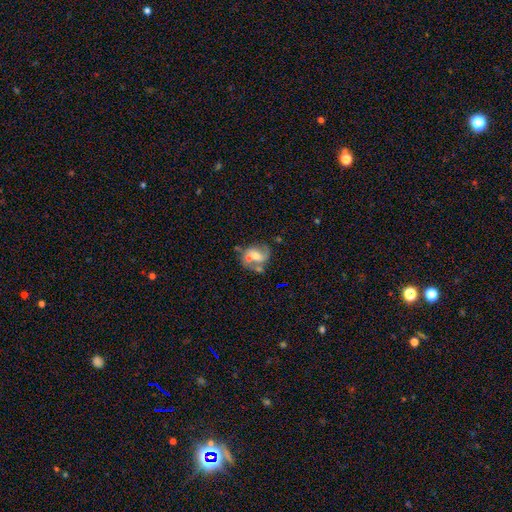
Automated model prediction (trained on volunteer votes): A featured or disk galaxy (61%) with no bar (54%), spiral arms (74%) and a moderate central bulge (59%).

Vote fractions:
- Smooth or featured? featured or disk: 61% / smooth: 30% / star or artifact: 9%
- Edge-on disk? no: 97% / yes: 3%
- Bar? no: 54% / weak: 35% / strong: 12%
- Spiral arms? yes: 74% / no: 26%
- Bulge size? moderate: 59% / small: 28% / large: 7% / none: 5% / dominant: 2%
- Merging? none: 37% / merger: 34% / minor disturbance: 17% / major disturbance: 12%